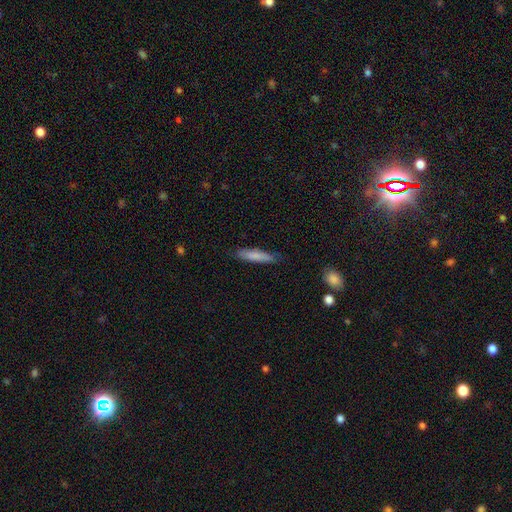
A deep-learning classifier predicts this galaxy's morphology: smooth_or_featured: smooth (p=0.79) [alt: featured or disk p=0.15]
how_rounded: cigar-shaped (p=0.83) [alt: in between p=0.16]
merging: none (p=0.83) [alt: minor disturbance p=0.13]